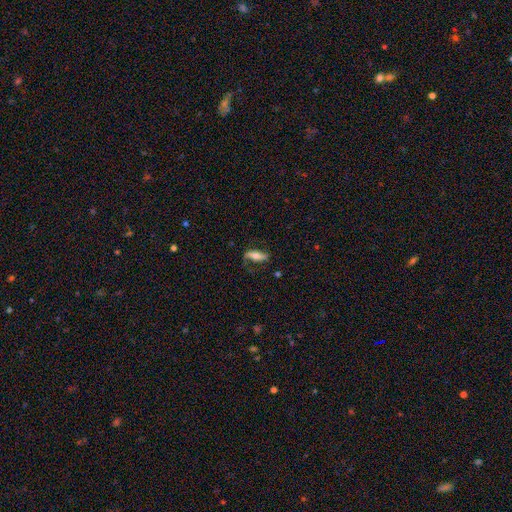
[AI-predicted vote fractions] This is possibly a featured or disk galaxy (53%). It is likely not viewed edge-on (64%). Merging: likely none (60%).